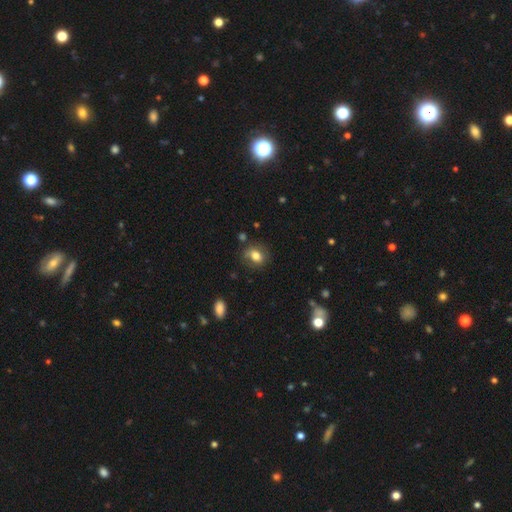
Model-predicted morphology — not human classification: Smooth or featured?
  - smooth: 74% *
  - featured or disk: 16%
  - star or artifact: 9%
How rounded?
  - in between: 54% *
  - round: 44%
  - cigar-shaped: 1%
Merging?
  - none: 71% *
  - minor disturbance: 19%
  - major disturbance: 7%
  - merger: 3%